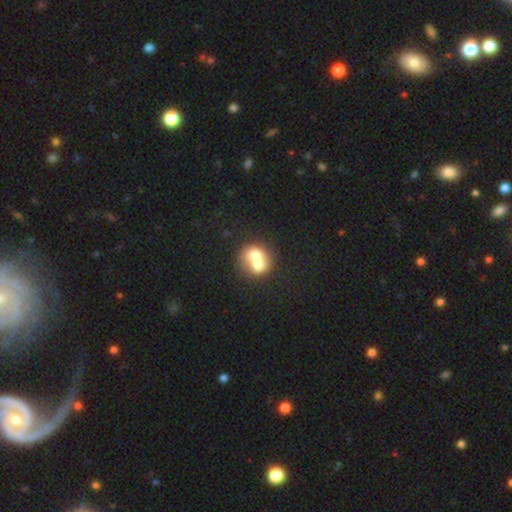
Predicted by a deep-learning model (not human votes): This appears to be a smooth galaxy with no disk features (64%) that is round (69%). Merging: merger (74%).